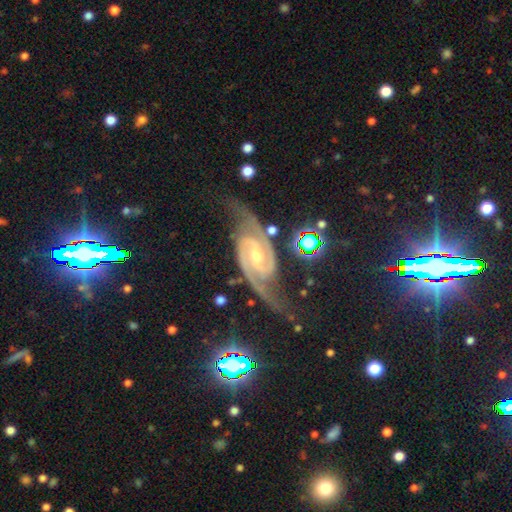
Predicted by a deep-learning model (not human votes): Smooth or featured? featured or disk (90%)
Edge-on disk? no (96%)
Bar? weak (46%)
Spiral arms? yes (99%)
Spiral winding? medium (51%)
Spiral arm count? 2 (92%)
Bulge size? moderate (50%)
Merging? none (71%)